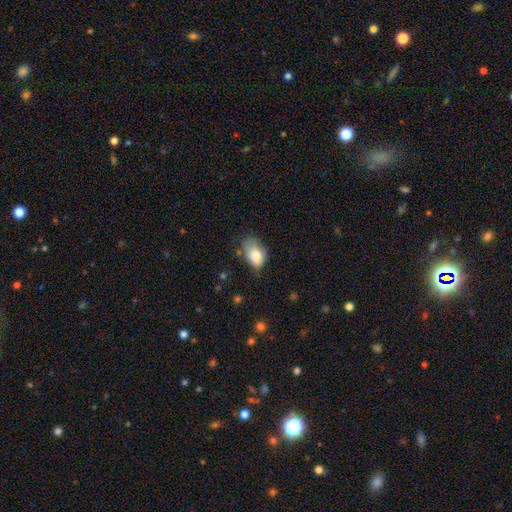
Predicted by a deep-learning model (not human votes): A smooth galaxy with no disk features (80%) that is in between round and cigar-shaped (87%).

Vote fractions:
- Smooth or featured? smooth: 80% / featured or disk: 12% / star or artifact: 8%
- How rounded? in between: 87% / round: 11% / cigar-shaped: 1%
- Merging? minor disturbance: 40% / none: 39% / major disturbance: 17% / merger: 4%